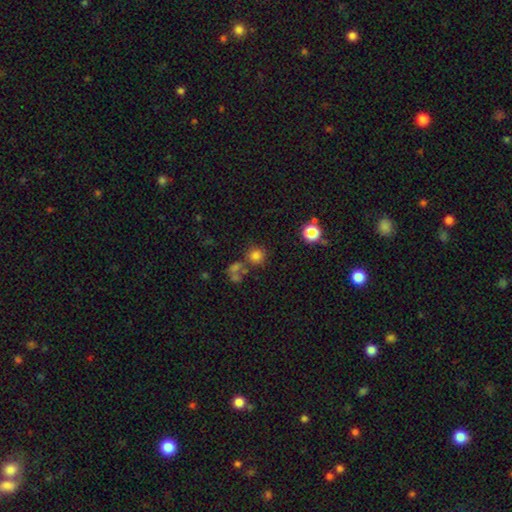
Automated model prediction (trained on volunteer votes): Smooth or featured: smooth — 76% (star or artifact — 17%)
How rounded: round — 90% (in between — 9%)
Merging: none — 65% (merger — 19%)